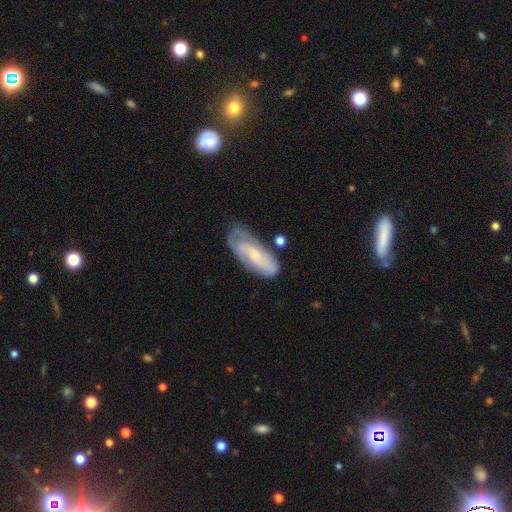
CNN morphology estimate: This is possibly a featured or disk galaxy (59%). It is clearly not viewed edge-on (87%). Bar: possibly no (59%). Spiral arm pattern: likely yes (76%). Central bulge: likely small (67%). Merging: possibly none (58%).